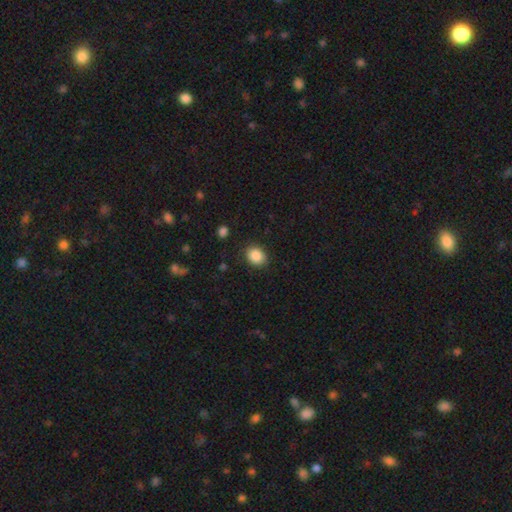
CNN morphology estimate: Smooth or featured? Predicted: smooth (p=0.88). How rounded? Predicted: in between (p=0.53). Merging? Predicted: none (p=0.85).